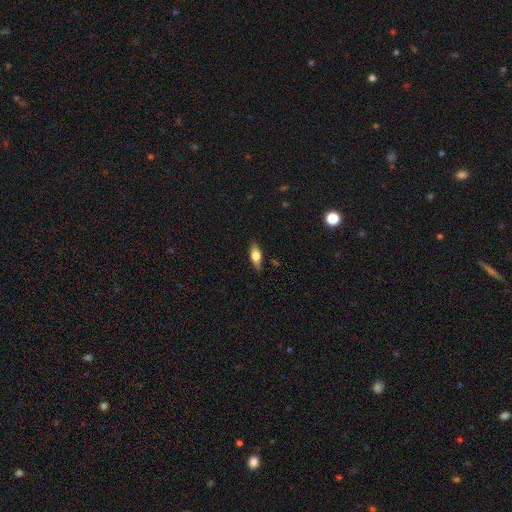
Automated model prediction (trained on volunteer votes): featured or disk 47%, smooth 46%, star or artifact 7%. Down the decision tree: merging — none (85%).